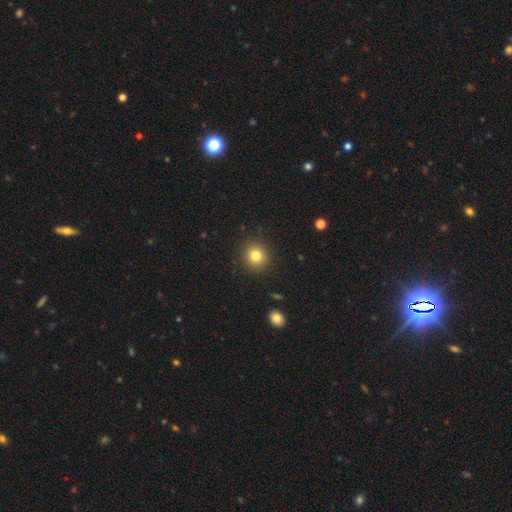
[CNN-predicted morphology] smooth 81%, star or artifact 12%, featured or disk 7%. Down the decision tree: how rounded — round (92%); merging — none (90%).